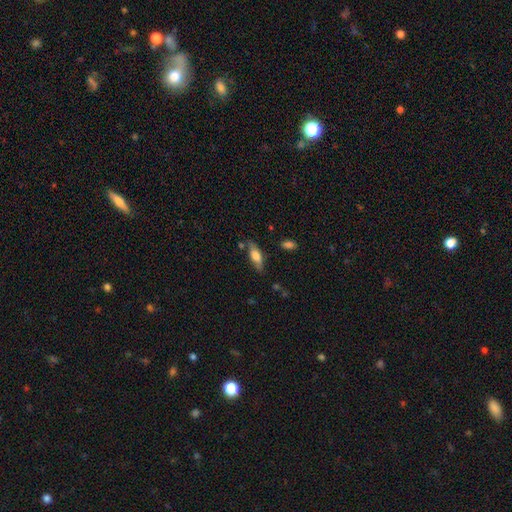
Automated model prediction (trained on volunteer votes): Smooth or featured?
  - smooth: 56% *
  - featured or disk: 37%
  - star or artifact: 7%
How rounded?
  - in between: 61% *
  - cigar-shaped: 36%
  - round: 3%
Merging?
  - none: 72% *
  - minor disturbance: 19%
  - major disturbance: 5%
  - merger: 5%